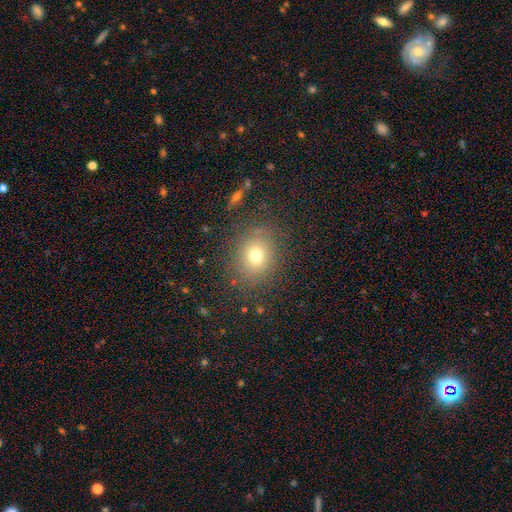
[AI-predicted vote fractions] This is likely a smooth galaxy (73%). How rounded: likely round (66%). Merging: clearly none (84%).